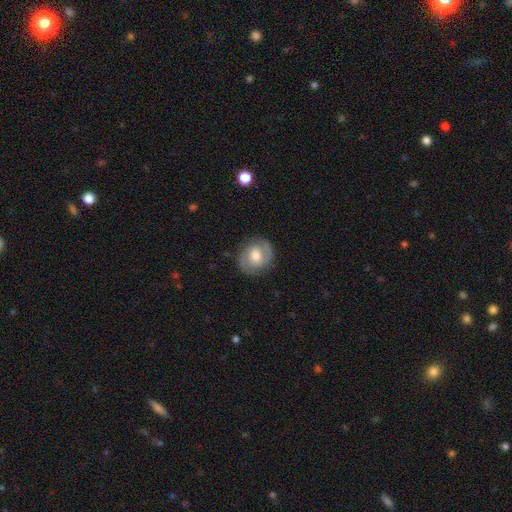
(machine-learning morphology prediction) type=featured or disk (74%); edge-on=no (97%); bar=no (46%); spiral arms=yes (90%); winding=medium (47%); arm count=2 (89%); bulge=moderate (67%); merging=none (85%).